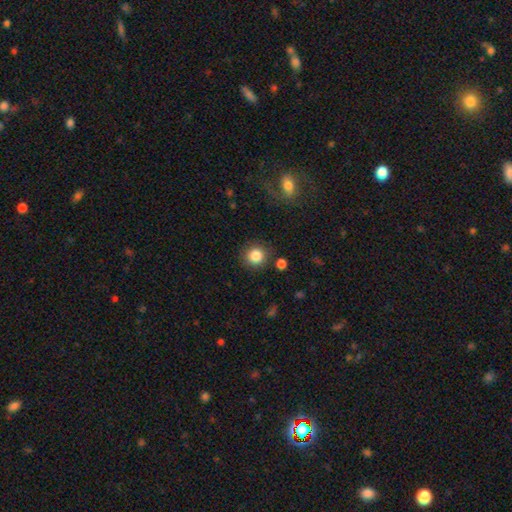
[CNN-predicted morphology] smooth_or_featured: smooth (p=0.85) [alt: star or artifact p=0.10]
how_rounded: round (p=0.91) [alt: in between p=0.08]
merging: none (p=0.84) [alt: minor disturbance p=0.09]